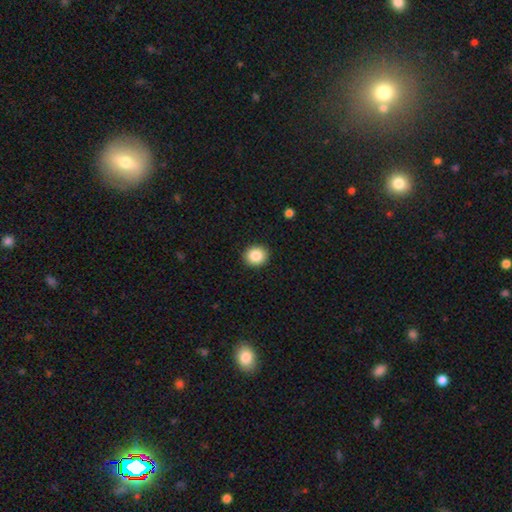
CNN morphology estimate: smooth 87%, star or artifact 9%, featured or disk 5%. Down the decision tree: how rounded — round (81%); merging — none (91%).